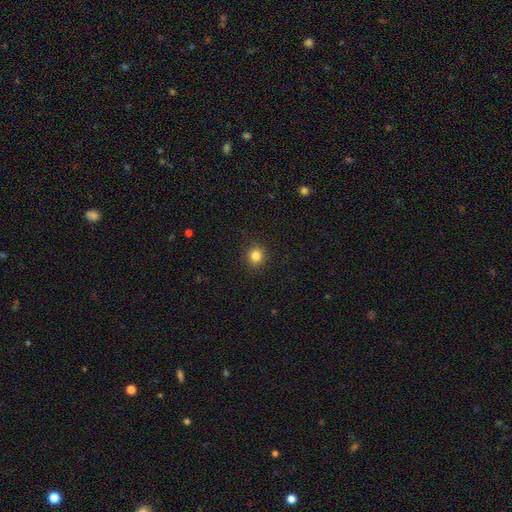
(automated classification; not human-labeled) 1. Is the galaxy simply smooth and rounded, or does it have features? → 83% smooth, 12% star or artifact, 5% featured or disk.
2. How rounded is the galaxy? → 89% round, 10% in between, 1% cigar-shaped.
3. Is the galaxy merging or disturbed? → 91% none, 6% minor disturbance, 2% major disturbance, 1% merger.